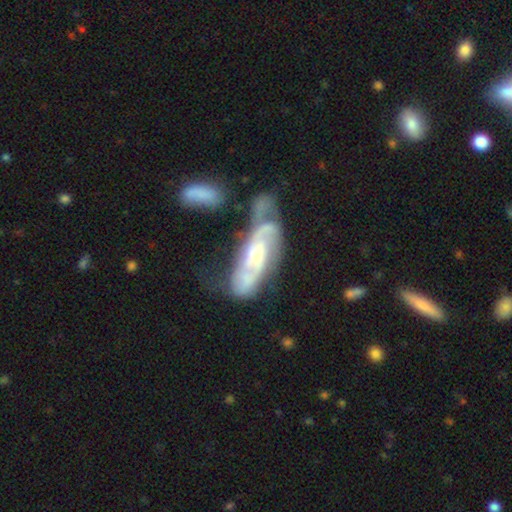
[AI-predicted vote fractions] smooth_or_featured: featured or disk (p=0.81) [alt: smooth p=0.14]
disk_edge_on: no (p=0.90) [alt: yes p=0.10]
bar: no (p=0.53) [alt: weak p=0.36]
has_spiral_arms: yes (p=0.93) [alt: no p=0.07]
spiral_winding: medium (p=0.45) [alt: tight p=0.39]
spiral_arm_count: 2 (p=0.62) [alt: can't tell p=0.19]
bulge_size: small (p=0.51) [alt: moderate p=0.39]
merging: none (p=0.40) [alt: merger p=0.22]